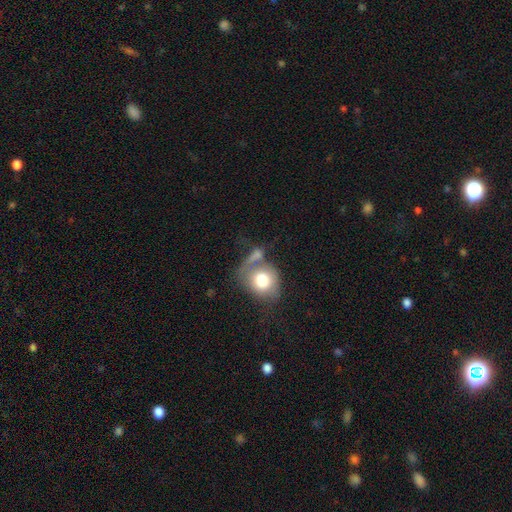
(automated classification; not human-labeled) Smooth or featured: smooth — 66% (featured or disk — 24%)
How rounded: round — 64% (in between — 33%)
Merging: none — 35% (merger — 31%)